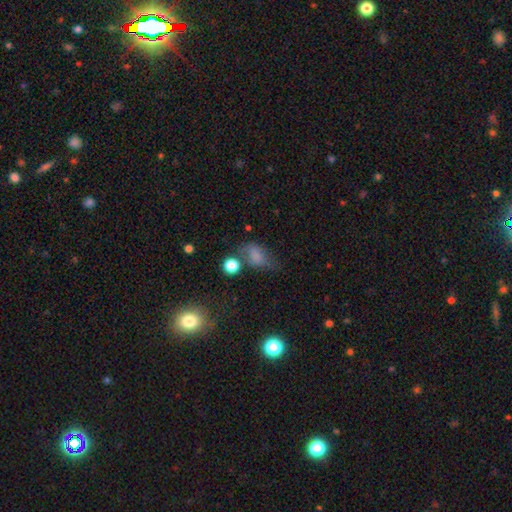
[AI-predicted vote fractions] A smooth galaxy with no disk features (71%) that is in between round and cigar-shaped (79%).

Vote fractions:
- Smooth or featured? smooth: 71% / star or artifact: 15% / featured or disk: 13%
- How rounded? in between: 79% / round: 18% / cigar-shaped: 3%
- Merging? none: 39% / minor disturbance: 29% / major disturbance: 21% / merger: 11%